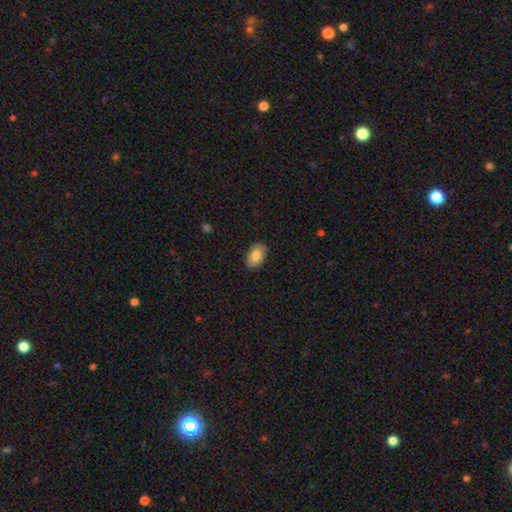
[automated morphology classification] Smooth or featured? Predicted: smooth (p=0.83). How rounded? Predicted: in between (p=0.93). Merging? Predicted: none (p=0.89).